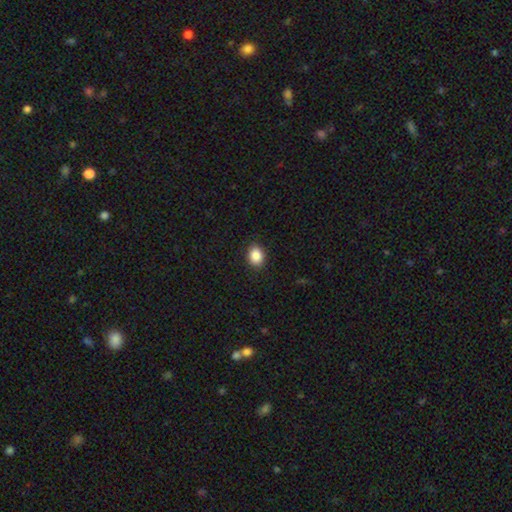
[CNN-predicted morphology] Q: Smooth or featured?
A: smooth (88%); runner-up: star or artifact (9%)
Q: How rounded?
A: in between (51%); runner-up: round (48%)
Q: Merging?
A: none (90%); runner-up: minor disturbance (7%)